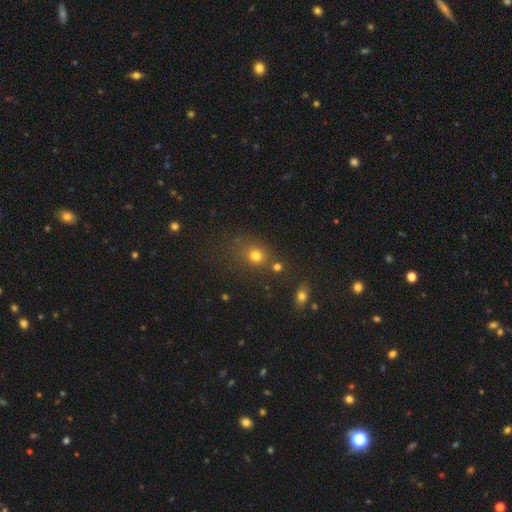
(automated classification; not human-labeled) Q: Smooth or featured?
A: smooth (73%); runner-up: star or artifact (18%)
Q: How rounded?
A: round (69%); runner-up: in between (29%)
Q: Merging?
A: none (64%); runner-up: merger (16%)